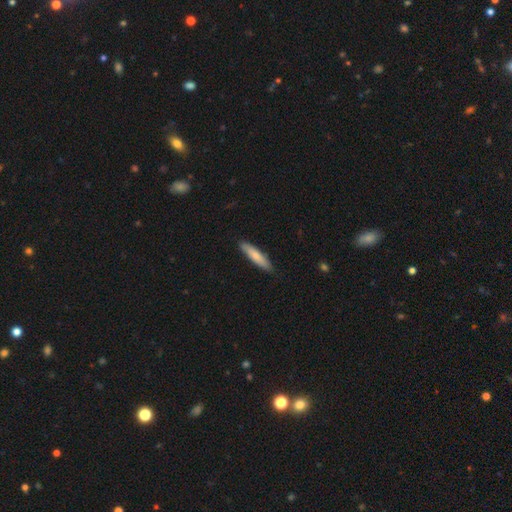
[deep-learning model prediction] Smooth or featured: smooth — 76% (featured or disk — 19%)
How rounded: cigar-shaped — 82% (in between — 17%)
Merging: none — 87% (minor disturbance — 10%)